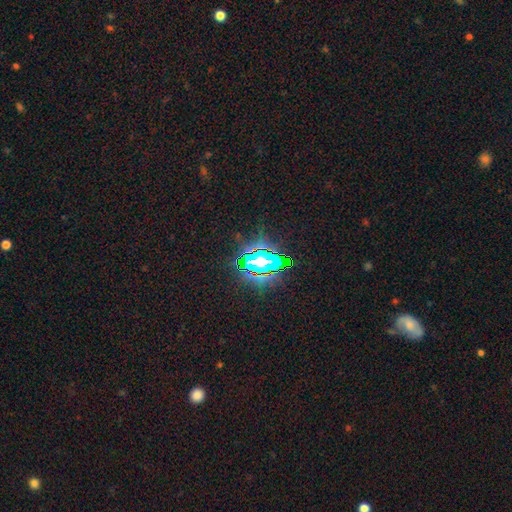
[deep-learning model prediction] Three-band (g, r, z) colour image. It shows a star or artifact, not a galaxy (82%).